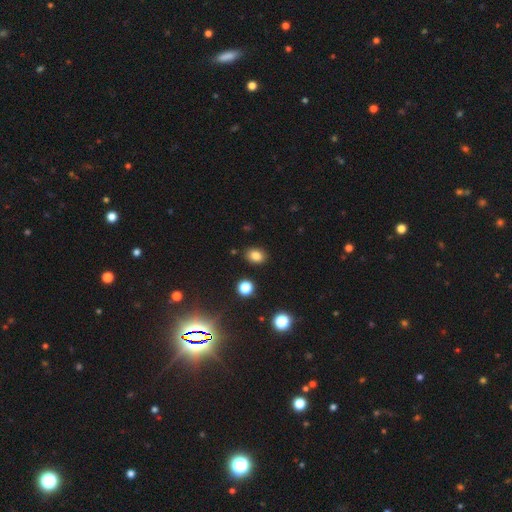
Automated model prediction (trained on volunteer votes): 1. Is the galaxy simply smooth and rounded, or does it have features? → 82% smooth, 12% star or artifact, 5% featured or disk.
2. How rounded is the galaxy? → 65% in between, 34% round, 1% cigar-shaped.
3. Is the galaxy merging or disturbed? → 87% none, 9% minor disturbance, 3% merger, 2% major disturbance.